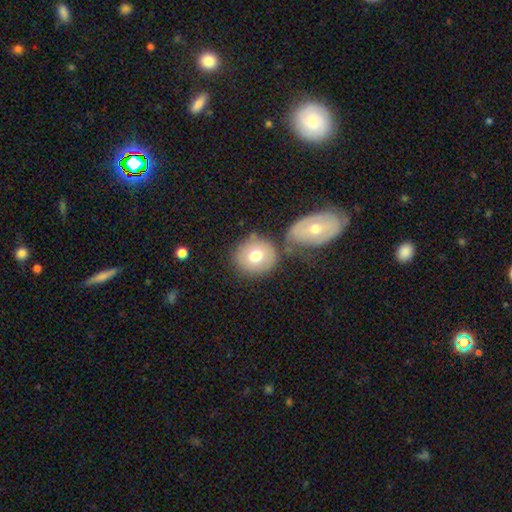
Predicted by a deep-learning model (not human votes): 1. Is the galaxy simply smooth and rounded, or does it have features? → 72% smooth, 21% featured or disk, 7% star or artifact.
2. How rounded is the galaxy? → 81% round, 18% in between, 1% cigar-shaped.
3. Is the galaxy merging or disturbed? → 59% none, 22% merger, 13% minor disturbance, 6% major disturbance.